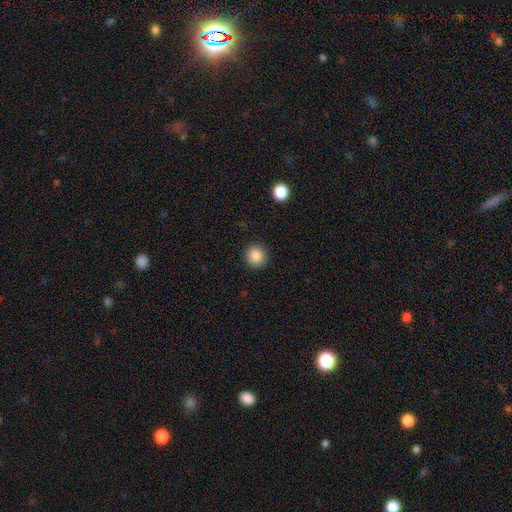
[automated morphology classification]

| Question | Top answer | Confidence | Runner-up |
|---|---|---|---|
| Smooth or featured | smooth | 87% | star or artifact (9%) |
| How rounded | round | 93% | in between (6%) |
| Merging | none | 91% | minor disturbance (6%) |